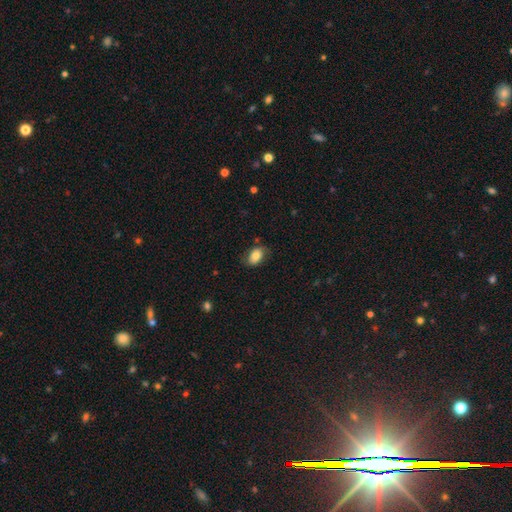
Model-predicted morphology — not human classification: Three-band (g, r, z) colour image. It shows a smooth galaxy with no disk features (77%) that is in between round and cigar-shaped (85%). Merging: none (70%).